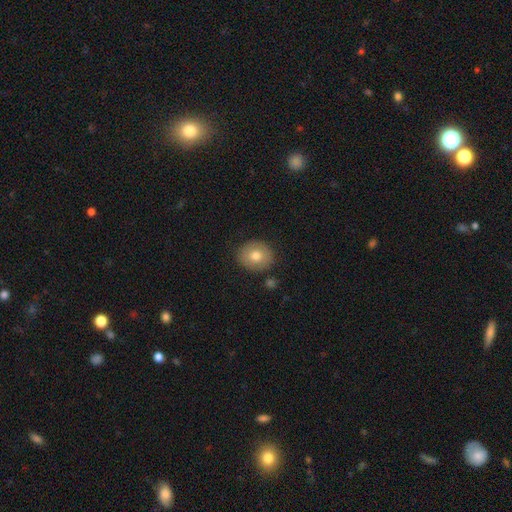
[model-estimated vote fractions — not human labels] Morphology: type=smooth (76%); roundness=round (71%); merging=none (86%).